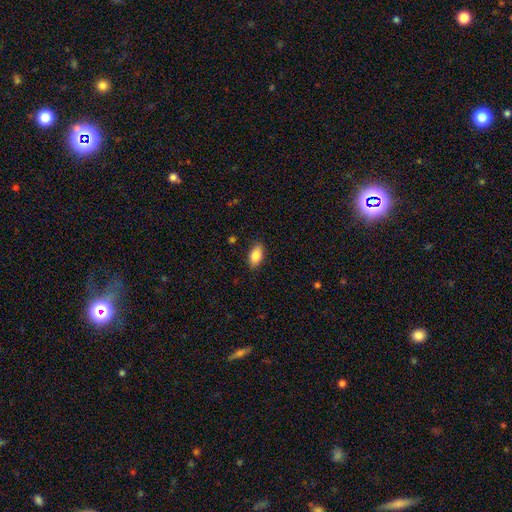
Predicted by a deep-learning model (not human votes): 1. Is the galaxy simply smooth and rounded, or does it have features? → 85% smooth, 8% featured or disk, 7% star or artifact.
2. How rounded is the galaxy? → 91% in between, 5% cigar-shaped, 4% round.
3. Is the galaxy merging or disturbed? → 87% none, 10% minor disturbance, 2% major disturbance, 1% merger.